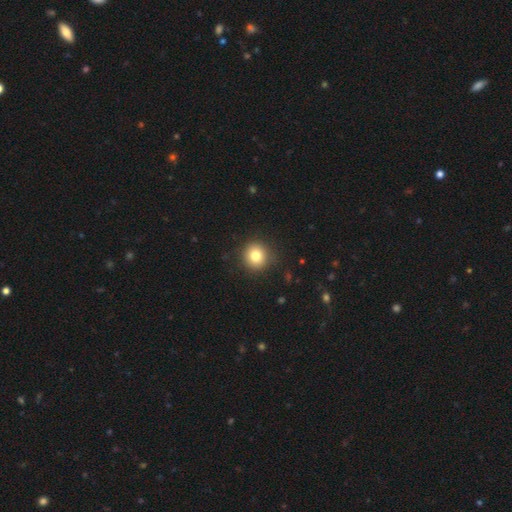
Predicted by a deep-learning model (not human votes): smooth 80%, star or artifact 11%, featured or disk 9%. Down the decision tree: how rounded — round (92%); merging — none (90%).